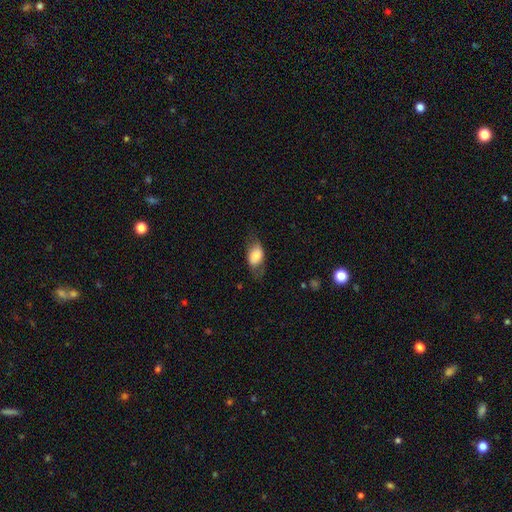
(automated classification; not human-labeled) smooth 75%, featured or disk 18%, star or artifact 7%. Down the decision tree: how rounded — in between (87%); merging — none (59%).